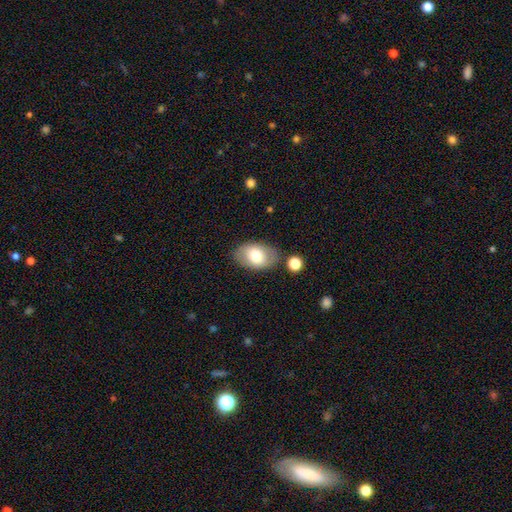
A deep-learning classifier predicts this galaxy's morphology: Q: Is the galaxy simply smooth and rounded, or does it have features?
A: smooth — 69%.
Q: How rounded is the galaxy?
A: in between — 88%.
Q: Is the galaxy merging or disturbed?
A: none — 79%.